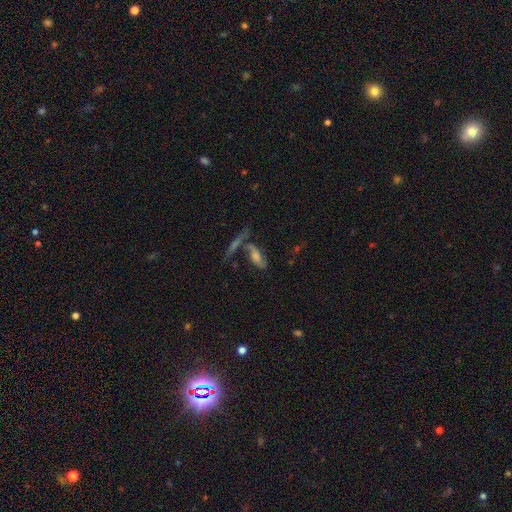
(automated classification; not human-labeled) Overall: featured or disk (46%; smooth 38%). Merging: none (45%; merger 31%).